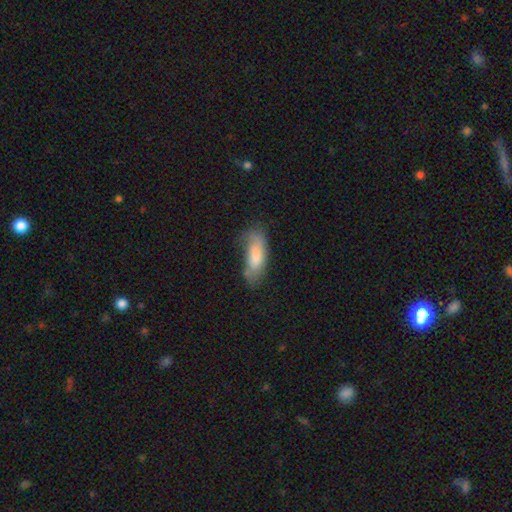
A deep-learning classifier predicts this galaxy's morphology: The model was most divided on "merging": none: 47%, minor disturbance: 33%, major disturbance: 16%, merger: 4%. More confident: smooth or featured — smooth (77%); how rounded — in between (69%).